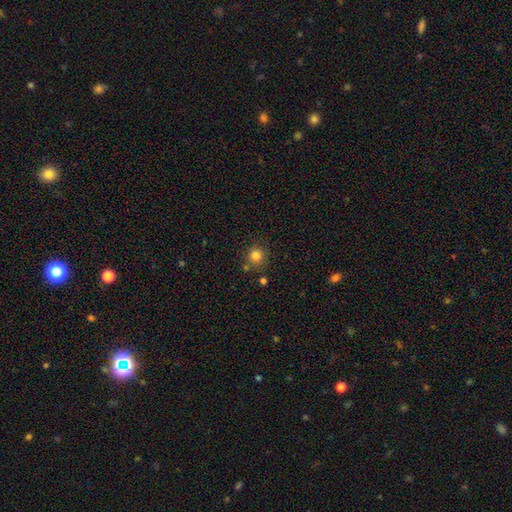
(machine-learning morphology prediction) smooth-or-featured: smooth: 82% | star or artifact: 13% | featured or disk: 5%
  how-rounded: round: 93% | in between: 6% | cigar-shaped: 1%
  merging: none: 80% | minor disturbance: 9% | merger: 8% | major disturbance: 3%